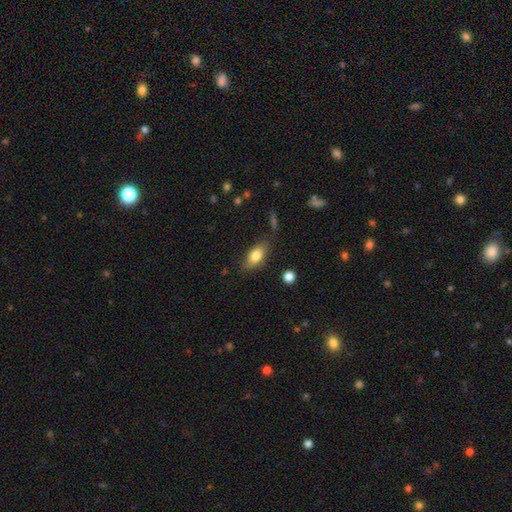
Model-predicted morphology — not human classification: smooth_or_featured: smooth (p=0.79) [alt: featured or disk p=0.14]
how_rounded: in between (p=0.84) [alt: cigar-shaped p=0.11]
merging: none (p=0.78) [alt: minor disturbance p=0.16]